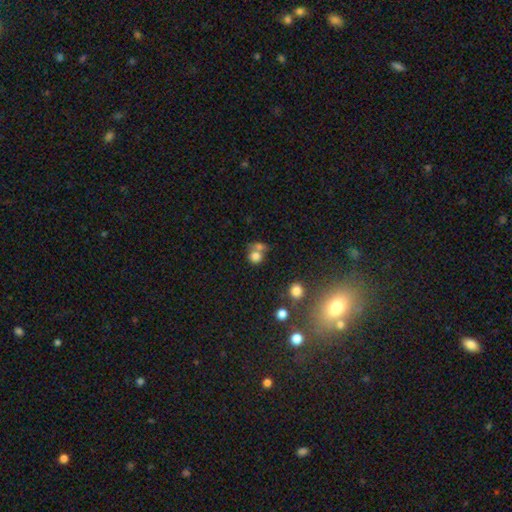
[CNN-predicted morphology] Overall: smooth (76%). How rounded: round (79%). Merging: merger (48%; none 37%).